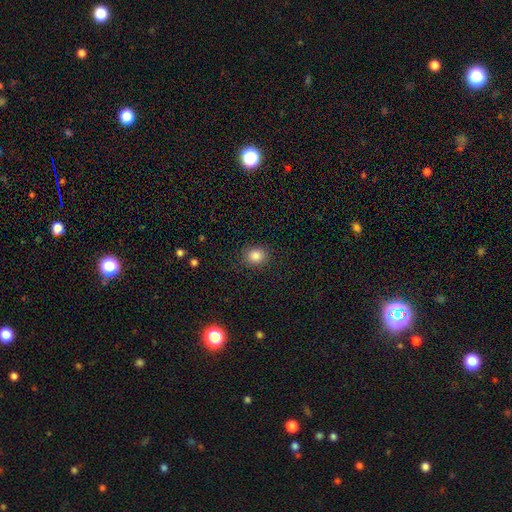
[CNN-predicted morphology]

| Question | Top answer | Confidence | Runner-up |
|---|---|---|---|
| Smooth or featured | smooth | 85% | star or artifact (10%) |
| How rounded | round | 74% | in between (26%) |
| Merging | none | 87% | minor disturbance (9%) |